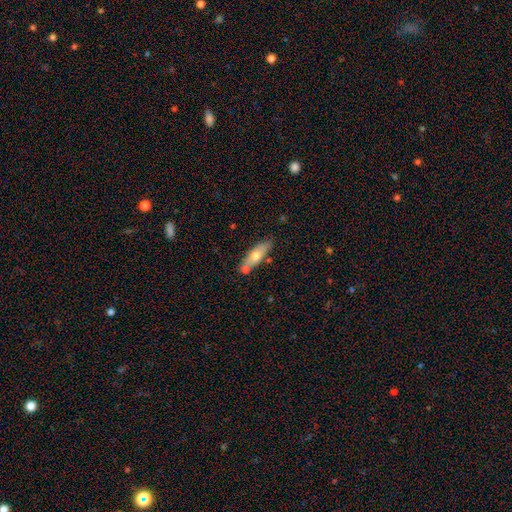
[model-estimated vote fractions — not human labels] This appears to be a smooth galaxy with no disk features (58%) that is cigar-shaped (49%). Merging: none (69%).